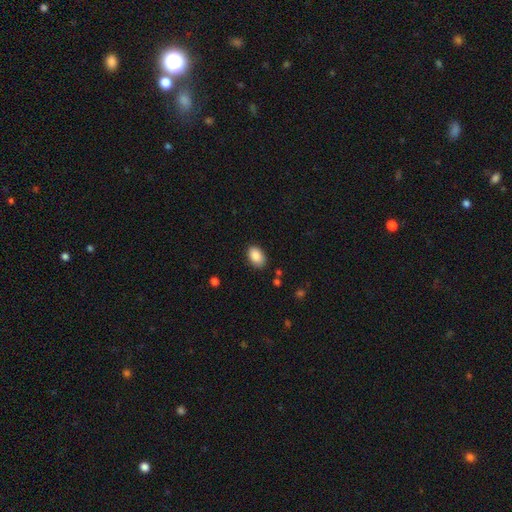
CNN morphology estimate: Overall: smooth (89%). How rounded: in between (90%). Merging: none (84%).